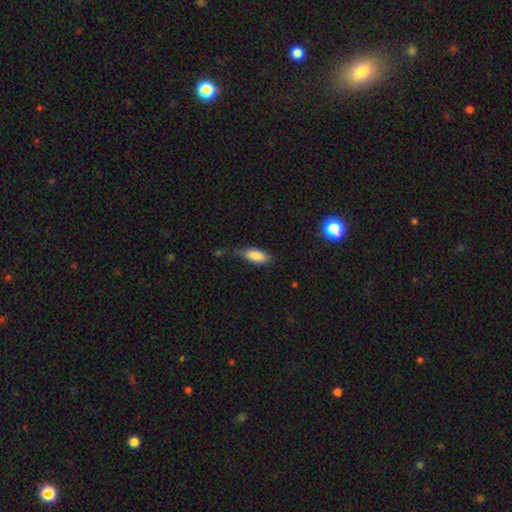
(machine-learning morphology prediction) Smooth or featured: smooth — 84% (featured or disk — 9%)
How rounded: in between — 81% (cigar-shaped — 17%)
Merging: none — 49% (minor disturbance — 35%)